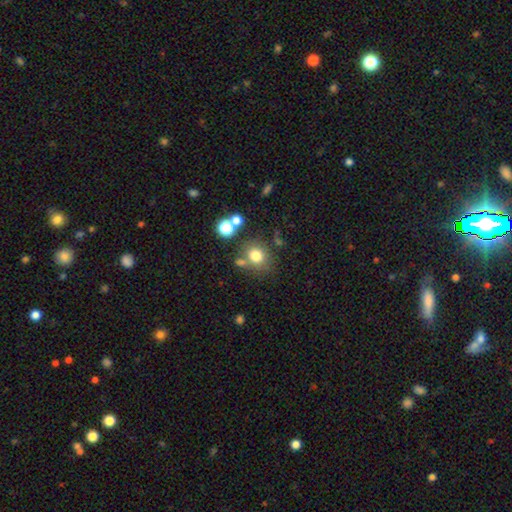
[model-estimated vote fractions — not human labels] Morphology: type=smooth (76%); roundness=round (76%); merging=none (68%).